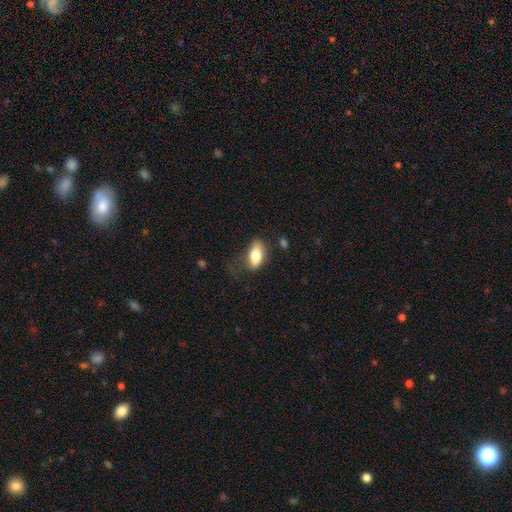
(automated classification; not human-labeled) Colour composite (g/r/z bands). It shows a smooth galaxy with no disk features (78%) that is in between round and cigar-shaped (89%). Merging: none (59%).